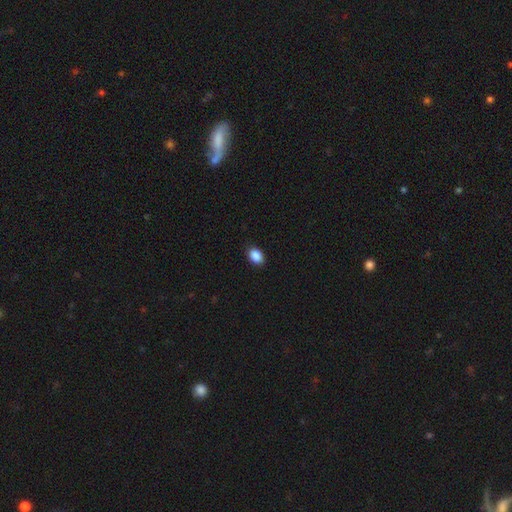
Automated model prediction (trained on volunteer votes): Smooth or featured: smooth — 89% (star or artifact — 8%)
How rounded: in between — 82% (round — 17%)
Merging: none — 89% (minor disturbance — 8%)